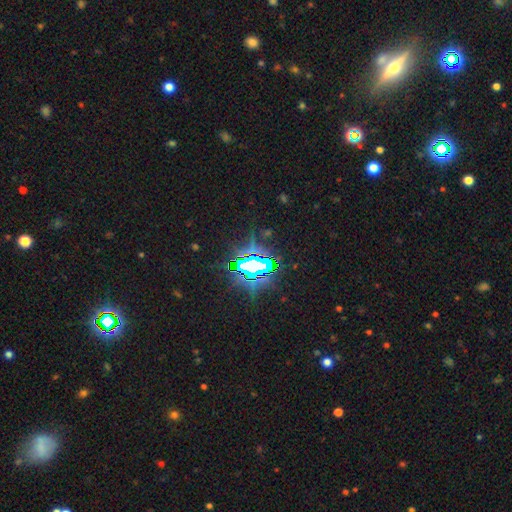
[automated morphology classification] Smooth or featured? star or artifact (83%)